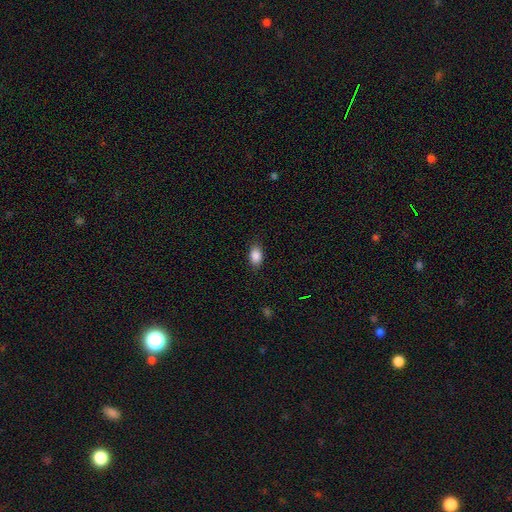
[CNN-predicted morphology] Smooth or featured? smooth (88%)
How rounded? in between (89%)
Merging? none (86%)